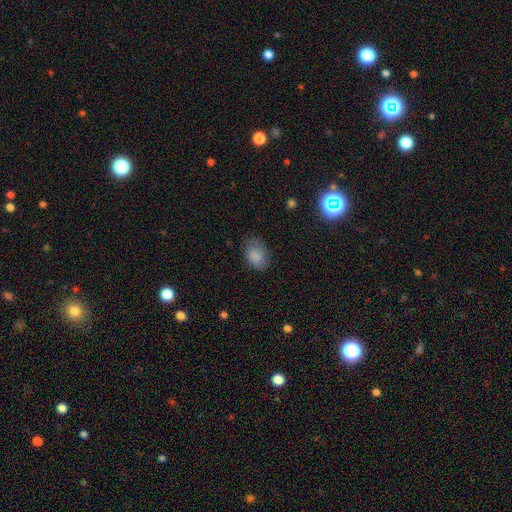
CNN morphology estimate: Q: Smooth or featured?
A: smooth (83%); runner-up: featured or disk (9%)
Q: How rounded?
A: in between (80%); runner-up: round (19%)
Q: Merging?
A: none (72%); runner-up: minor disturbance (21%)